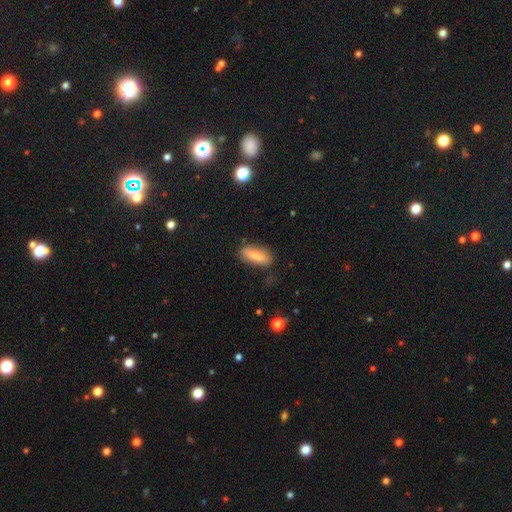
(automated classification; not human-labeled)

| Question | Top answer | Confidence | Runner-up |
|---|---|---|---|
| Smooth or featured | smooth | 78% | featured or disk (15%) |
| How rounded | in between | 58% | cigar-shaped (40%) |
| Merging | none | 78% | minor disturbance (16%) |